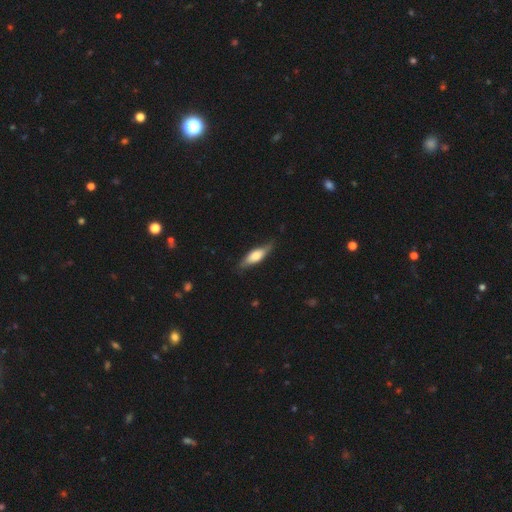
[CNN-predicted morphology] type=smooth (59%); roundness=in between (54%); merging=none (73%).